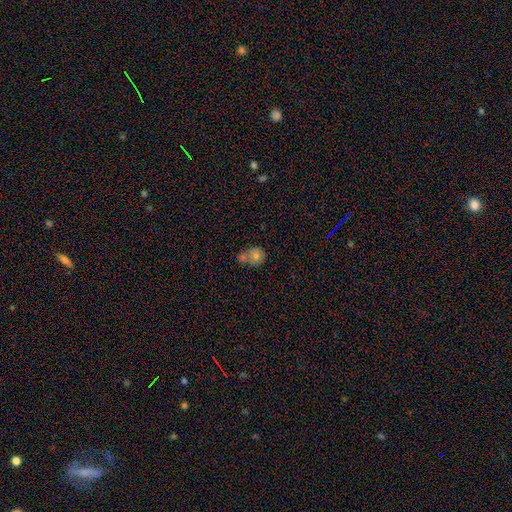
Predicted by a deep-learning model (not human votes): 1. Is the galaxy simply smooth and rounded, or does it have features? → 69% smooth, 21% featured or disk, 10% star or artifact.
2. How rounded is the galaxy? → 66% round, 33% in between, 1% cigar-shaped.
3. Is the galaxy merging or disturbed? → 51% merger, 28% none, 14% minor disturbance, 6% major disturbance.